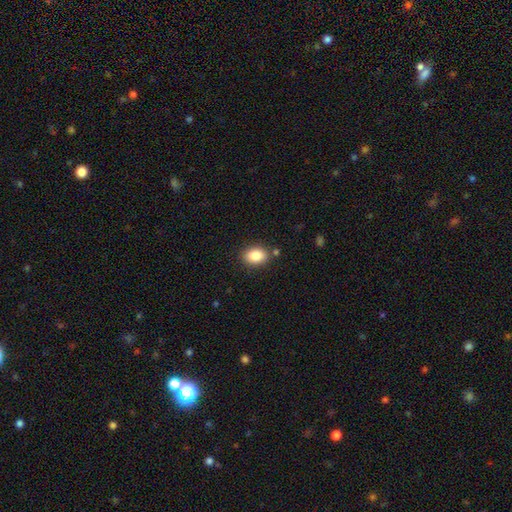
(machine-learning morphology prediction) Smooth or featured?
  - smooth: 86% *
  - star or artifact: 8%
  - featured or disk: 6%
How rounded?
  - in between: 77% *
  - round: 22%
  - cigar-shaped: 1%
Merging?
  - none: 84% *
  - minor disturbance: 10%
  - merger: 4%
  - major disturbance: 3%